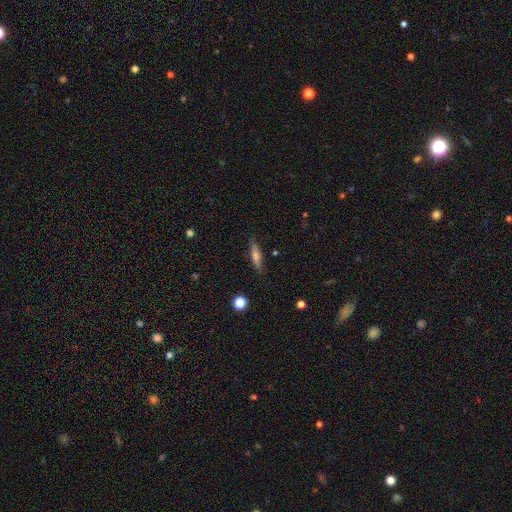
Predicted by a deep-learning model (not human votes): smooth-or-featured: smooth: 54% | featured or disk: 38% | star or artifact: 8%
  how-rounded: cigar-shaped: 83% | in between: 14% | round: 3%
  merging: none: 87% | minor disturbance: 9% | major disturbance: 2% | merger: 1%